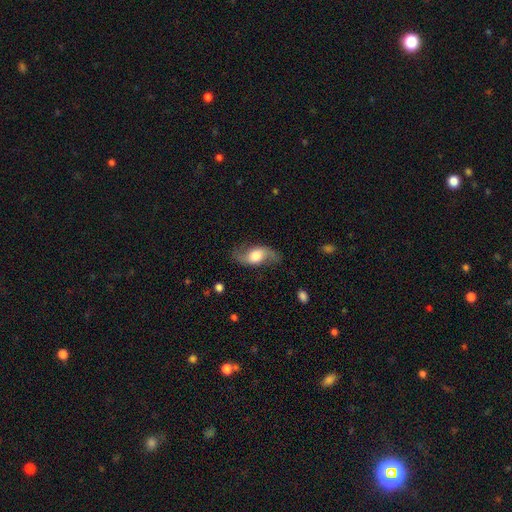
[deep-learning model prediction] A featured or disk galaxy (62%) with no bar (57%), spiral arms (89%) and a large central bulge (48%).

Vote fractions:
- Smooth or featured? featured or disk: 62% / smooth: 30% / star or artifact: 7%
- Edge-on disk? no: 89% / yes: 11%
- Bar? no: 57% / weak: 33% / strong: 10%
- Spiral arms? yes: 89% / no: 11%
- Bulge size? large: 48% / moderate: 33% / dominant: 9% / small: 7% / none: 3%
- Merging? none: 72% / minor disturbance: 18% / major disturbance: 9% / merger: 2%